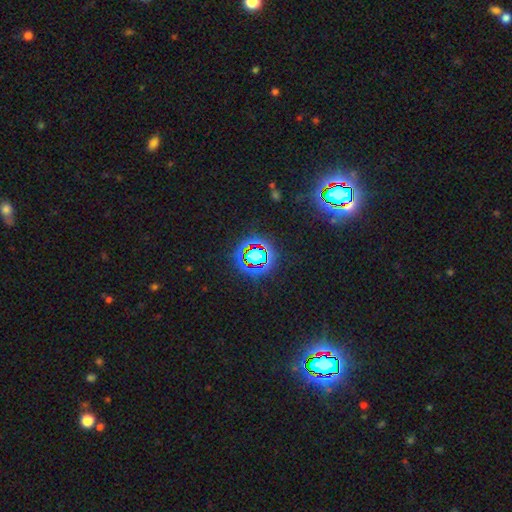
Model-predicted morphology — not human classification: Smooth or featured? Predicted: star or artifact (p=0.72).